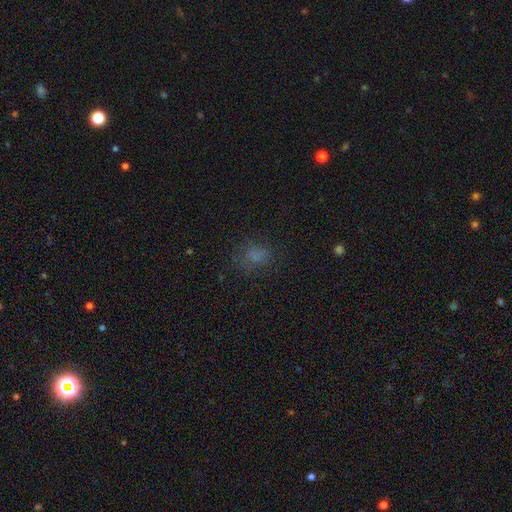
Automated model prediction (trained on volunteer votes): Smooth or featured?
  - smooth: 70% *
  - star or artifact: 20%
  - featured or disk: 9%
How rounded?
  - round: 50% *
  - in between: 49%
  - cigar-shaped: 1%
Merging?
  - none: 70% *
  - minor disturbance: 17%
  - major disturbance: 11%
  - merger: 2%